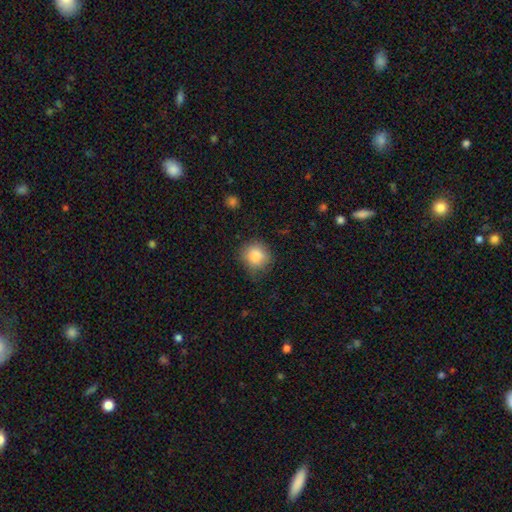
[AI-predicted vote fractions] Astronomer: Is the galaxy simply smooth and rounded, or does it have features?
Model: smooth — 85%.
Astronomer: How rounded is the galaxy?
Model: round — 85%.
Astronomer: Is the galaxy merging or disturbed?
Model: none — 70%.